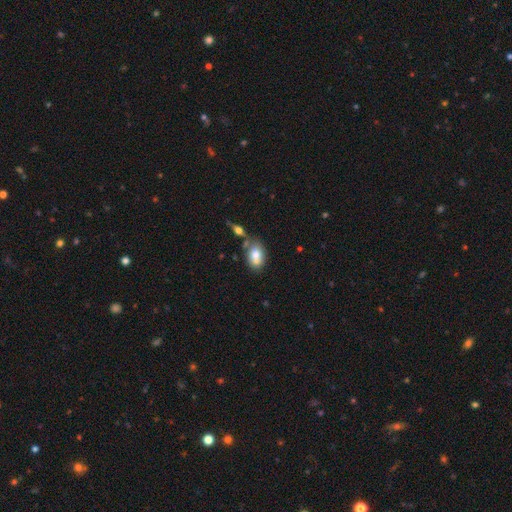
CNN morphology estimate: A smooth galaxy with no disk features (73%) that is in between round and cigar-shaped (84%).

Vote fractions:
- Smooth or featured? smooth: 73% / featured or disk: 19% / star or artifact: 8%
- How rounded? in between: 84% / round: 14% / cigar-shaped: 2%
- Merging? none: 46% / merger: 32% / minor disturbance: 17% / major disturbance: 5%